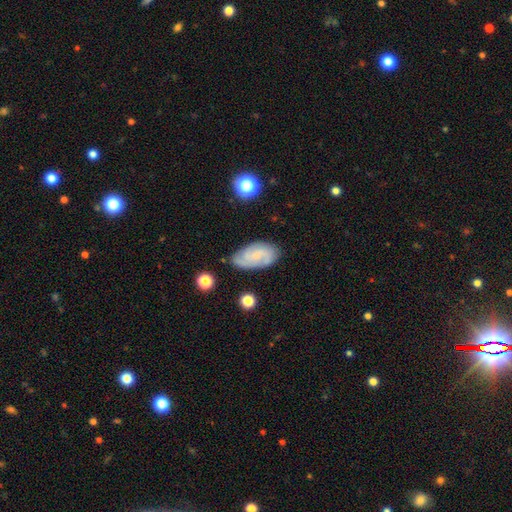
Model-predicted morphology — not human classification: The model was most divided on "spiral winding": tight: 44%, medium: 42%, loose: 14%. Remaining: edge-on disk — no (96%); spiral arms — yes (94%); merging — none (75%); smooth or featured — featured or disk (66%); bulge size — small (65%); bar — no (61%); spiral arm count — 2 (37%).